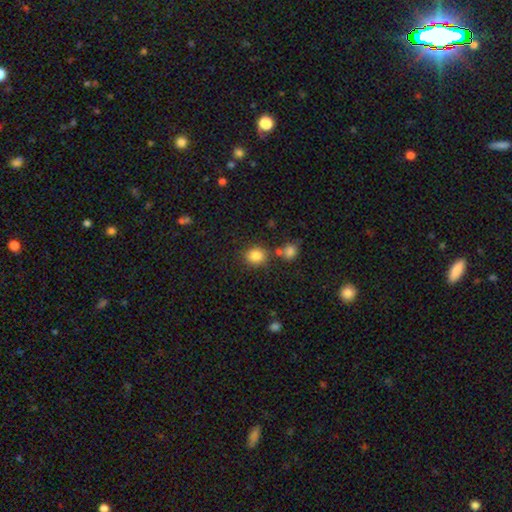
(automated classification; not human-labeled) Morphology: type=smooth (84%); roundness=round (68%); merging=none (75%).